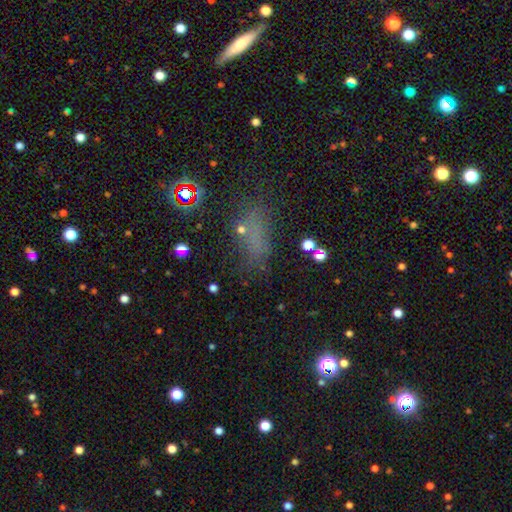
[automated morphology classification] This appears to be a smooth galaxy with no disk features (51%) that is in between round and cigar-shaped (72%). Merging: none (57%).